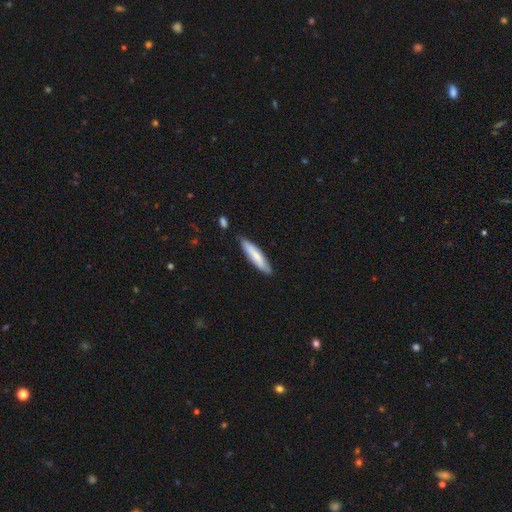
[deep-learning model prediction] This appears to be a smooth galaxy with no disk features (73%) that is cigar-shaped (81%). Merging: none (80%).